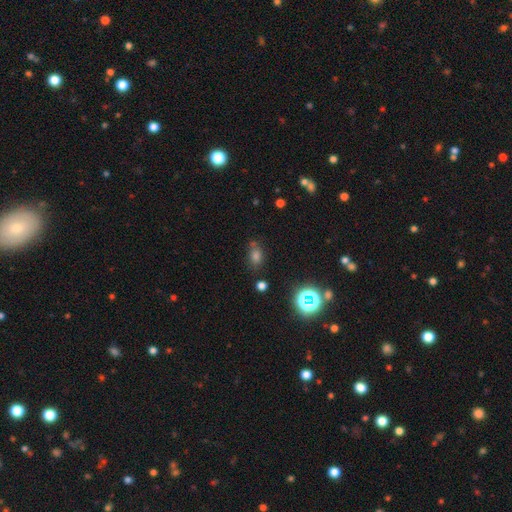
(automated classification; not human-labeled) A smooth galaxy with no disk features (65%) that is in between round and cigar-shaped (70%).

Vote fractions:
- Smooth or featured? smooth: 65% / star or artifact: 26% / featured or disk: 9%
- How rounded? in between: 70% / round: 27% / cigar-shaped: 3%
- Merging? none: 70% / minor disturbance: 18% / merger: 7% / major disturbance: 6%